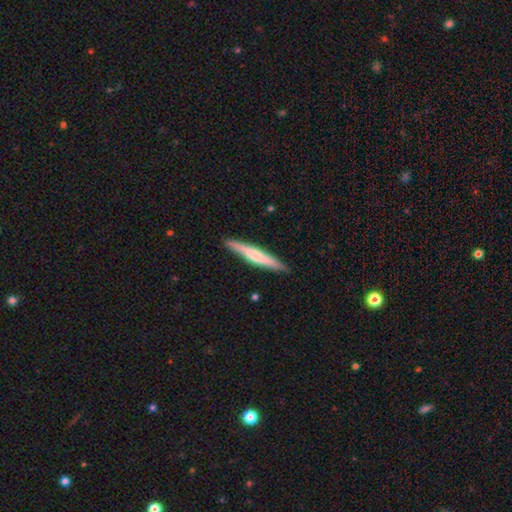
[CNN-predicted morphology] Smooth or featured? Predicted: smooth (p=0.51). How rounded? Predicted: cigar-shaped (p=0.94). Merging? Predicted: none (p=0.90).